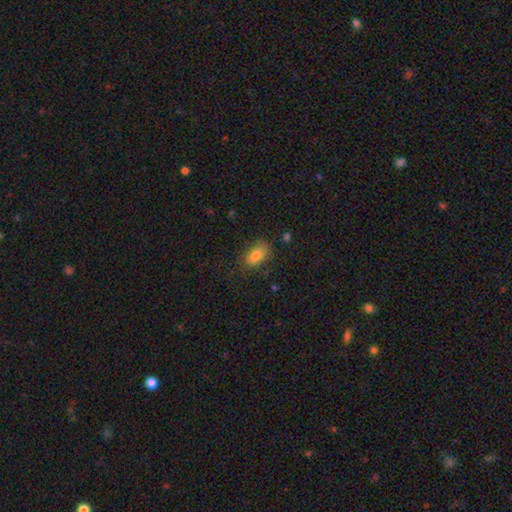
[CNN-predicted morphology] Smooth or featured?
  - smooth: 82% *
  - featured or disk: 9%
  - star or artifact: 9%
How rounded?
  - in between: 89% *
  - round: 7%
  - cigar-shaped: 5%
Merging?
  - none: 72% *
  - minor disturbance: 19%
  - major disturbance: 7%
  - merger: 2%